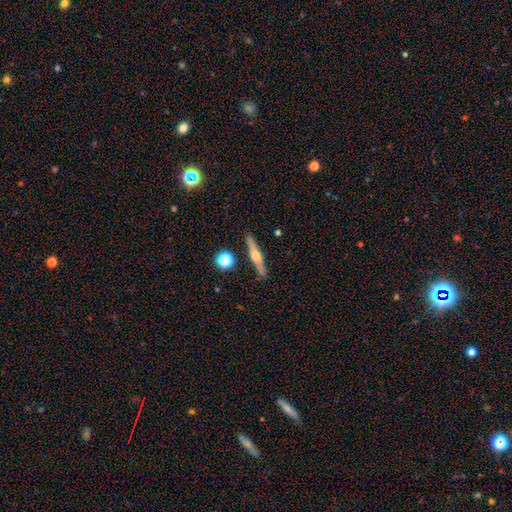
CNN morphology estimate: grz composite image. It shows a featured or disk galaxy (65%) viewed edge-on (97%) with a rounded central bulge (90%). Merging: none (88%).